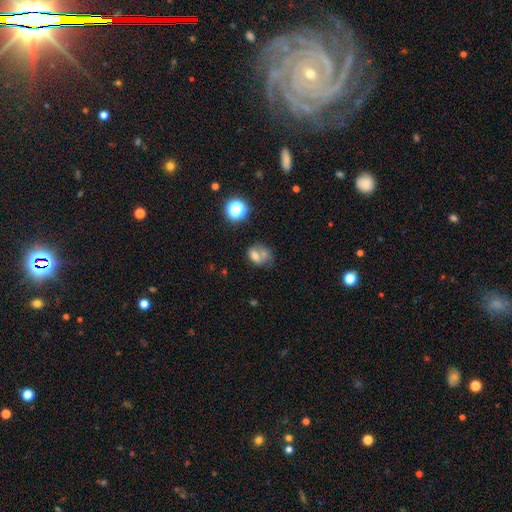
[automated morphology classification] The model was most divided on "merging": merger: 41%, none: 27%, minor disturbance: 16%, major disturbance: 15%. More confident: smooth or featured — smooth (61%); how rounded — in between (59%).